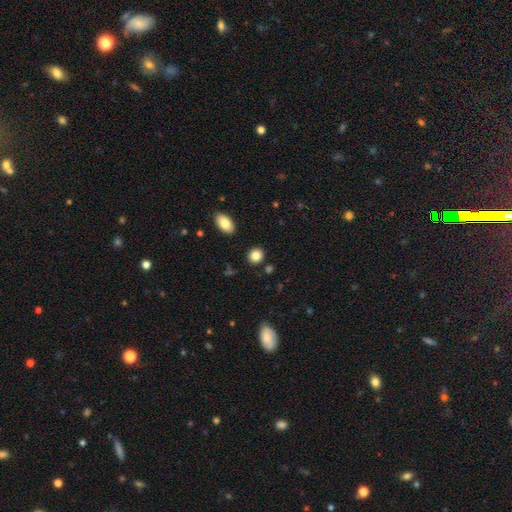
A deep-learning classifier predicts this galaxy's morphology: The model was most divided on "how rounded": round: 74%, in between: 25%, cigar-shaped: 1%. More confident: merging — none (88%); smooth or featured — smooth (85%).